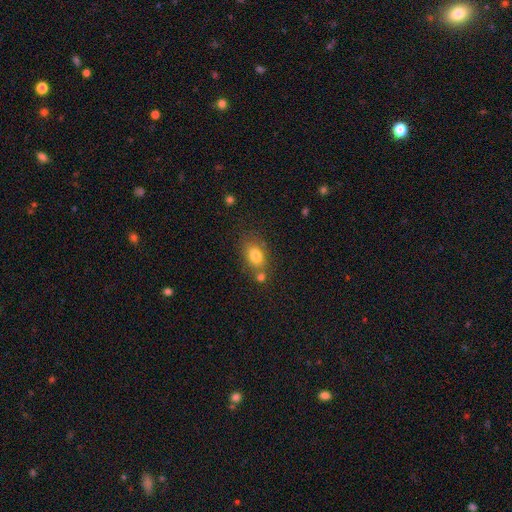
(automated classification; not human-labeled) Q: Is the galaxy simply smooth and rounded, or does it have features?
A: smooth — 79%.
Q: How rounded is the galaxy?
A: in between — 73%.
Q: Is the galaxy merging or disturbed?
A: none — 63%.